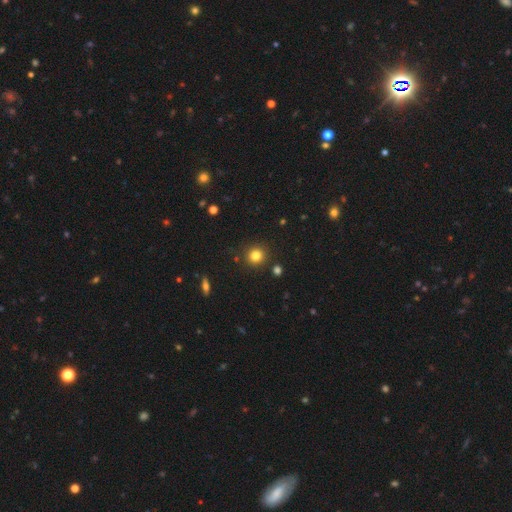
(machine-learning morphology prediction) A smooth galaxy with no disk features (81%) that is round (91%).

Vote fractions:
- Smooth or featured? smooth: 81% / star or artifact: 13% / featured or disk: 6%
- How rounded? round: 91% / in between: 8% / cigar-shaped: 1%
- Merging? none: 88% / minor disturbance: 7% / merger: 3% / major disturbance: 2%